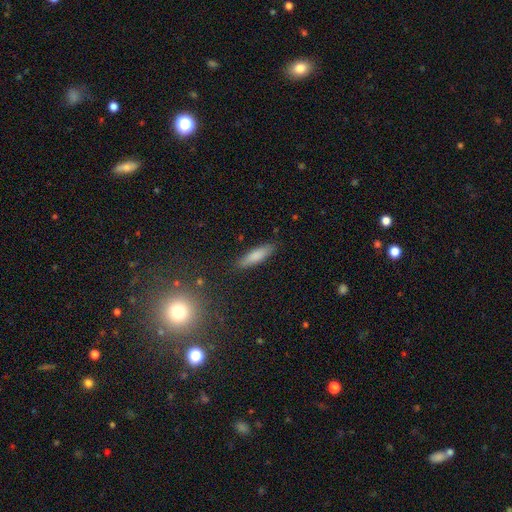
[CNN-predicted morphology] The model was most divided on "how rounded": cigar-shaped: 68%, in between: 31%, round: 2%. More confident: merging — none (87%); smooth or featured — smooth (81%).